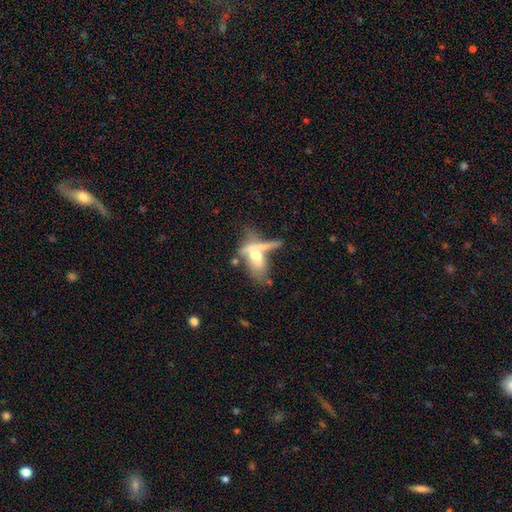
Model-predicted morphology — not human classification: This is possibly a smooth galaxy (49%). Merging: marginally merger (42%).